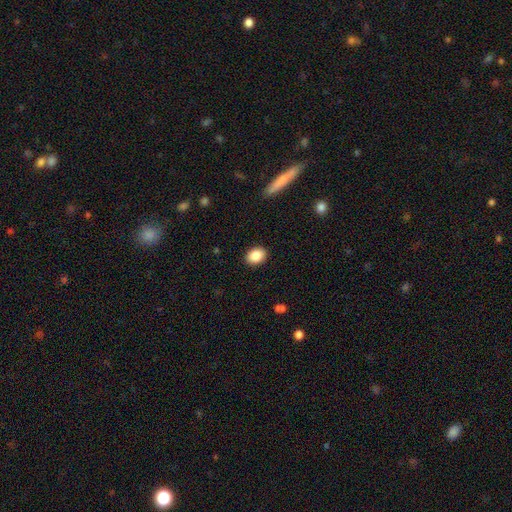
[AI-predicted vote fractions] This appears to be a smooth galaxy with no disk features (87%) that is in between round and cigar-shaped (70%). Merging: none (90%).